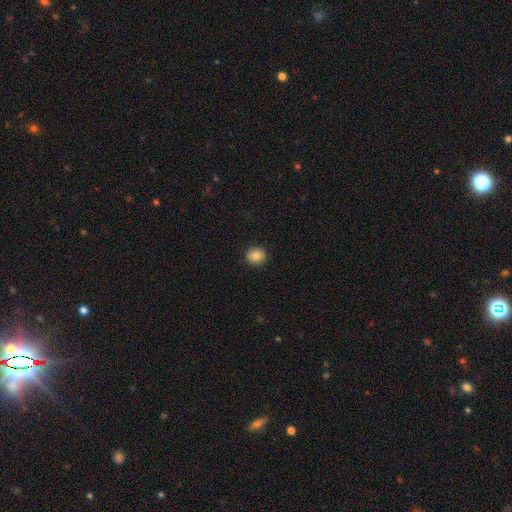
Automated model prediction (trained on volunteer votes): The model was most divided on "smooth or featured": smooth: 84%, star or artifact: 10%, featured or disk: 6%. More confident: merging — none (92%); how rounded — round (89%).